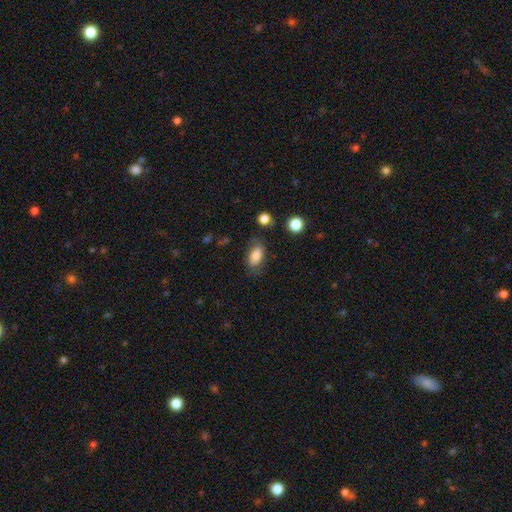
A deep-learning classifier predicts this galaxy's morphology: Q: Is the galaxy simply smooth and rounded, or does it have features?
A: smooth — 79%.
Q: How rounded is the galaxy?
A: in between — 89%.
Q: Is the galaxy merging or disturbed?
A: none — 70%.